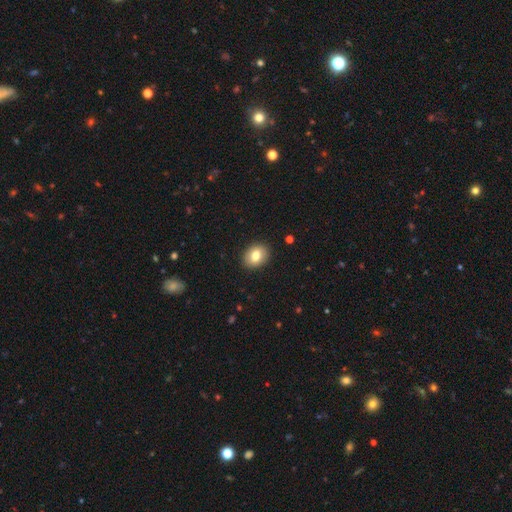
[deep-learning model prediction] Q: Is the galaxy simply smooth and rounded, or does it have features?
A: smooth — 80%.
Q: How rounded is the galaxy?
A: in between — 56%.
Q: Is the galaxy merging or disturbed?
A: none — 90%.